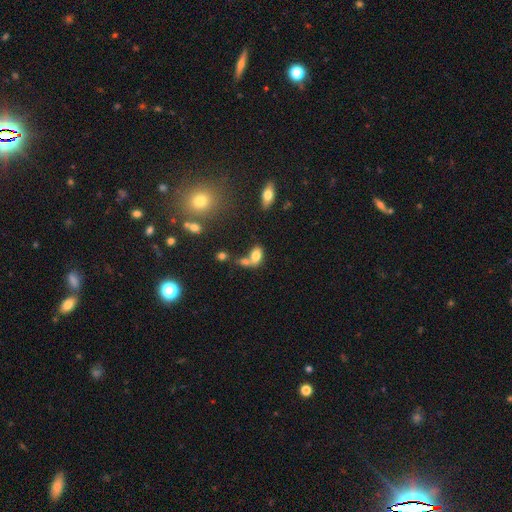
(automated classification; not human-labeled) This is likely a smooth galaxy (76%). How rounded: clearly in between (84%). Merging: possibly merger (49%).